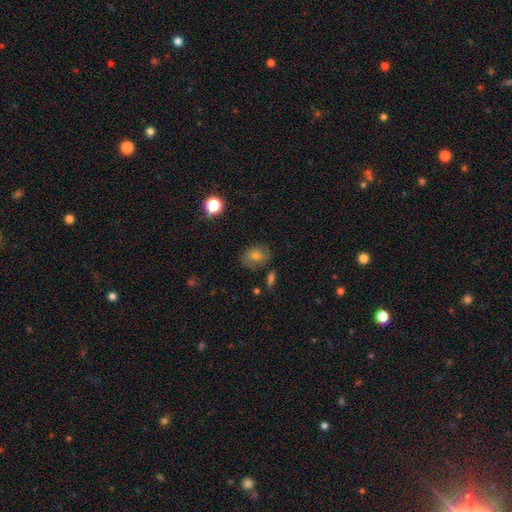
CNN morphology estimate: This appears to be a smooth galaxy with no disk features (65%) that is in between round and cigar-shaped (57%). Merging: none (73%).